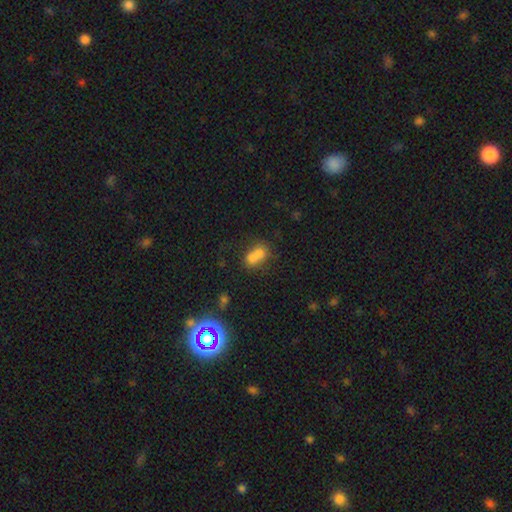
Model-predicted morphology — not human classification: type=smooth (68%); roundness=in between (52%); merging=merger (66%).